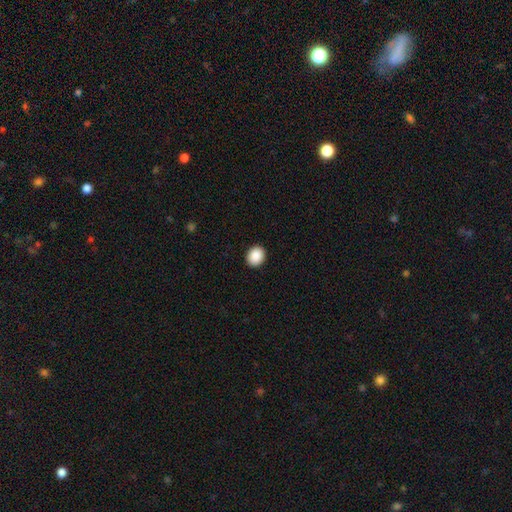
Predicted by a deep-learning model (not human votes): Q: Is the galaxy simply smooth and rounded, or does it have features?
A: smooth — 90%.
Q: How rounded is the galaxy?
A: round — 55%.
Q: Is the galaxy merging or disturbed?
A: none — 91%.